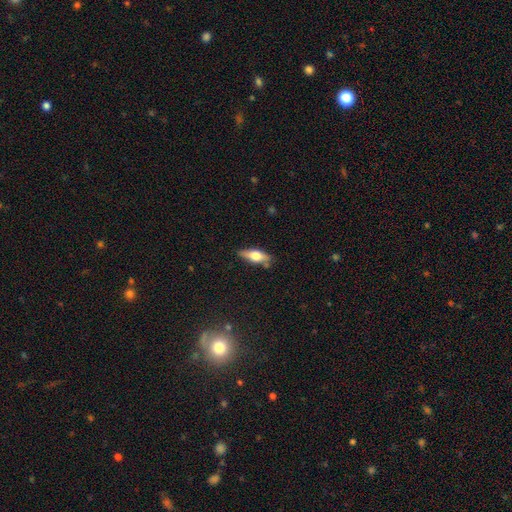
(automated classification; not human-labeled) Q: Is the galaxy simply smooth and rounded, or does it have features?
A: smooth — 50%.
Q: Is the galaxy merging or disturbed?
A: none — 76%.